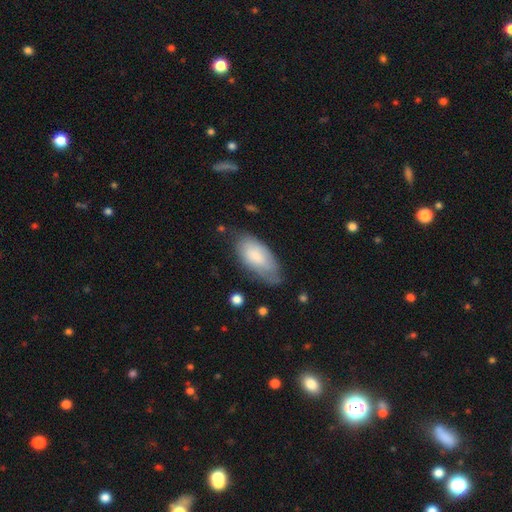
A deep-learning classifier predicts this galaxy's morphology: A smooth galaxy with no disk features (74%) that is in between round and cigar-shaped (91%).

Vote fractions:
- Smooth or featured? smooth: 74% / featured or disk: 20% / star or artifact: 6%
- How rounded? in between: 91% / cigar-shaped: 7% / round: 2%
- Merging? none: 56% / minor disturbance: 32% / major disturbance: 10% / merger: 2%